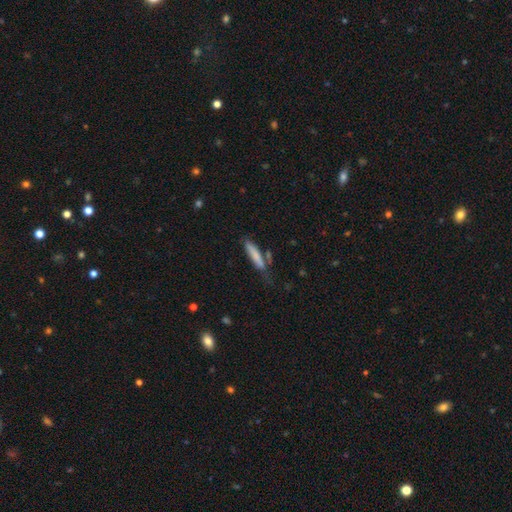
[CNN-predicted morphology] Smooth or featured: smooth — 77% (featured or disk — 16%)
How rounded: cigar-shaped — 85% (in between — 14%)
Merging: none — 60% (minor disturbance — 23%)